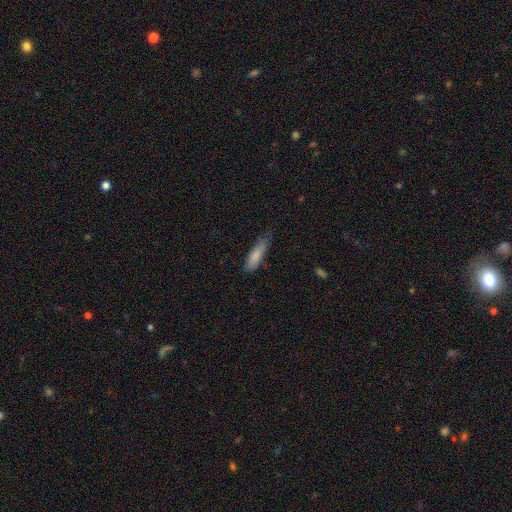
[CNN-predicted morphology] smooth 83%, featured or disk 11%, star or artifact 6%. Down the decision tree: how rounded — cigar-shaped (62%); merging — none (60%).